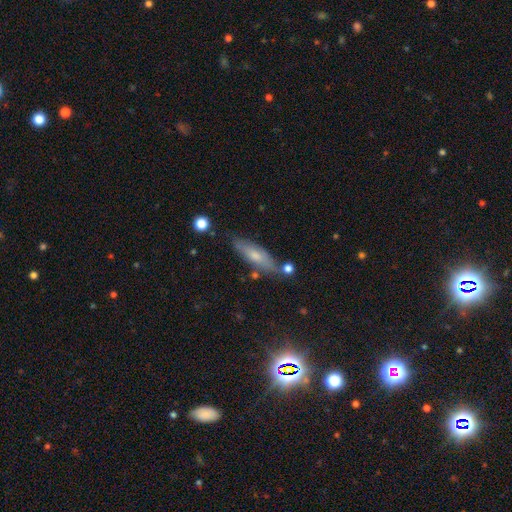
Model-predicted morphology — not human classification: Overall: smooth (53%; featured or disk 38%). How rounded: cigar-shaped (60%; in between 38%). Merging: none (72%).